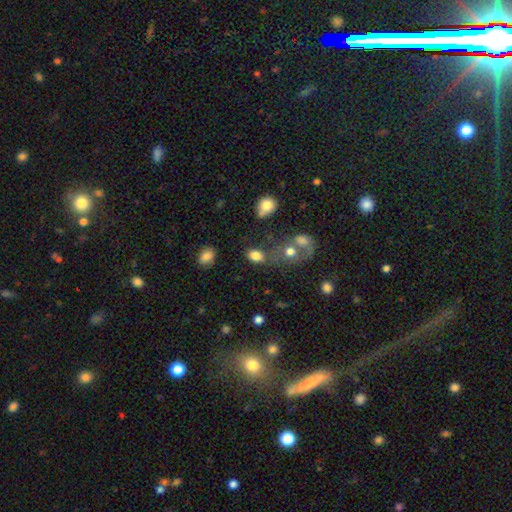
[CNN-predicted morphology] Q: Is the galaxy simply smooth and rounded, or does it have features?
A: smooth — 82%.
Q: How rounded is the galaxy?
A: in between — 77%.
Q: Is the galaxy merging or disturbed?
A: none — 57%.